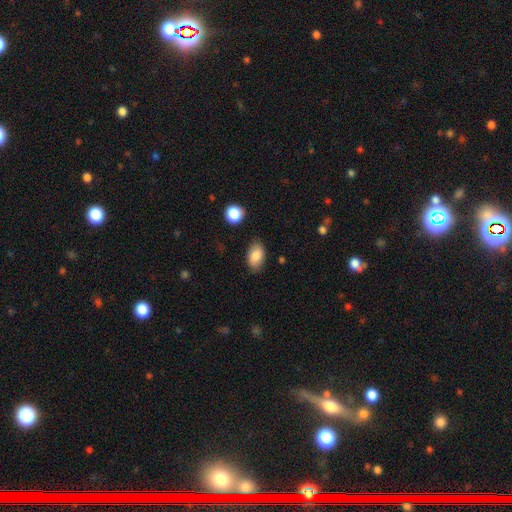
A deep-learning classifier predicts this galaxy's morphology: type=smooth (85%); roundness=in between (91%); merging=none (83%).